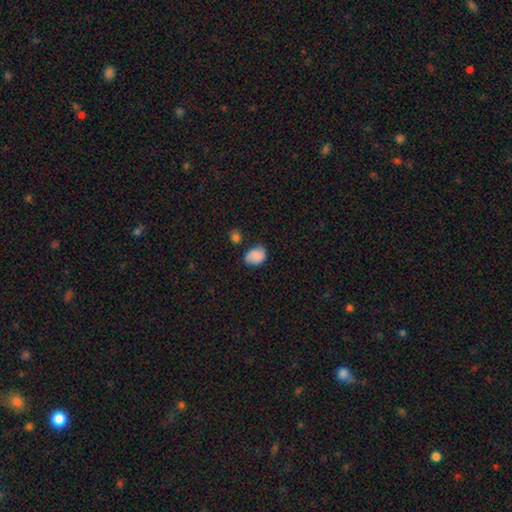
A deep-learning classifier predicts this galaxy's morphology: This appears to be a smooth galaxy with no disk features (81%) that is in between round and cigar-shaped (67%). Merging: none (63%).